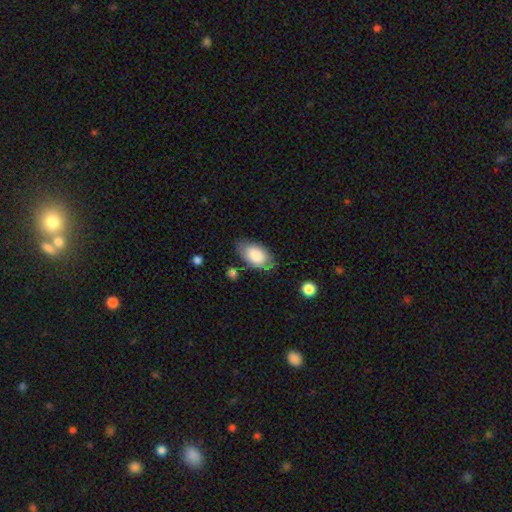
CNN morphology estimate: Smooth or featured?
  - smooth: 80% *
  - featured or disk: 14%
  - star or artifact: 6%
How rounded?
  - in between: 94% *
  - round: 4%
  - cigar-shaped: 2%
Merging?
  - none: 71% *
  - minor disturbance: 20%
  - major disturbance: 5%
  - merger: 3%